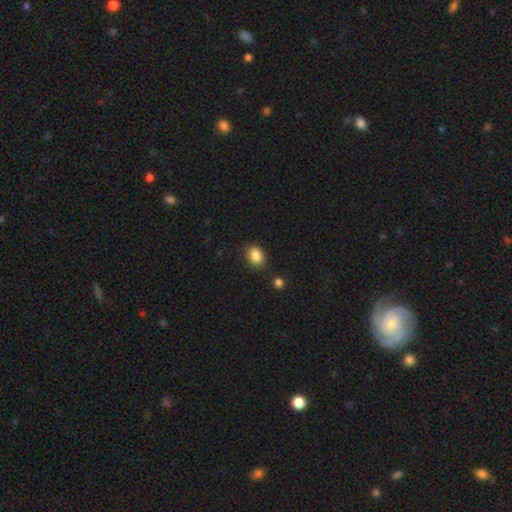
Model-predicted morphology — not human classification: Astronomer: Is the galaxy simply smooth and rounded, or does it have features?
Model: smooth — 86%.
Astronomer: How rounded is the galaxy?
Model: in between — 70%.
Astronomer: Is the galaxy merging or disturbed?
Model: none — 81%.